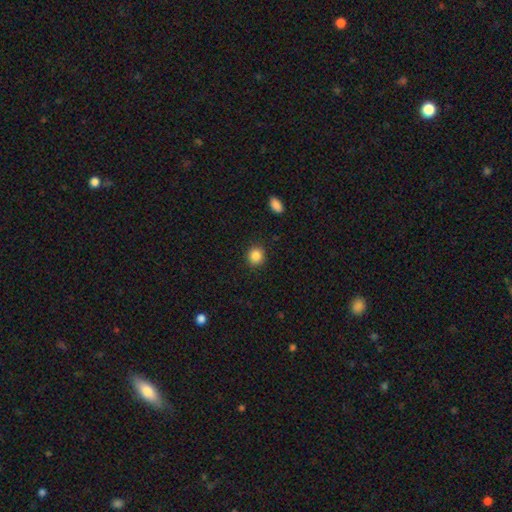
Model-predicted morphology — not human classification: The model was most divided on "how rounded": round: 85%, in between: 14%, cigar-shaped: 1%. More confident: merging — none (90%); smooth or featured — smooth (86%).